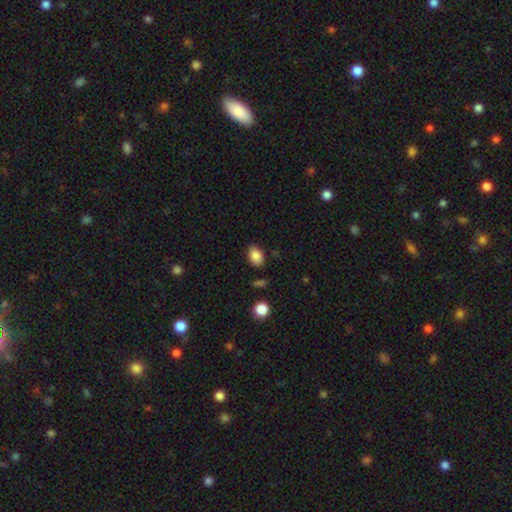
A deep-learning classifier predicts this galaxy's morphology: Smooth or featured: smooth — 85% (star or artifact — 9%)
How rounded: in between — 79% (round — 20%)
Merging: none — 83% (minor disturbance — 12%)